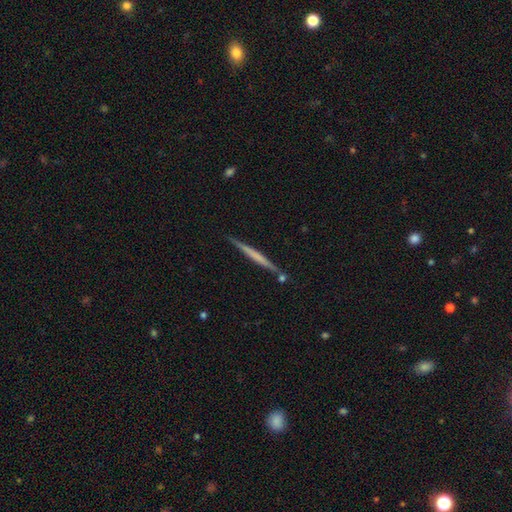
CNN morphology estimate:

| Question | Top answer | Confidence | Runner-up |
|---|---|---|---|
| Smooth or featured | featured or disk | 55% | smooth (40%) |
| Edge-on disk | yes | 97% | no (3%) |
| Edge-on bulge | none | 79% | rounded (12%) |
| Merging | none | 86% | minor disturbance (8%) |